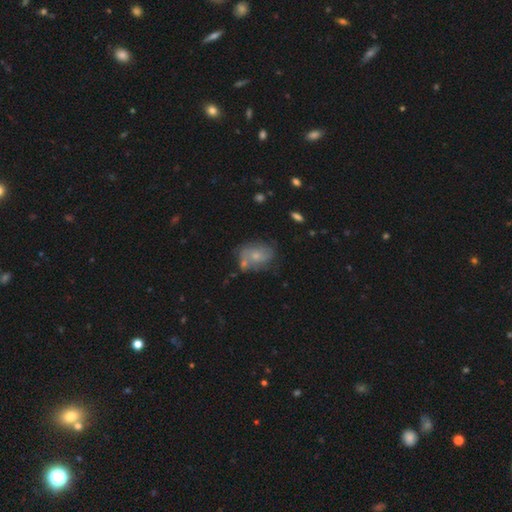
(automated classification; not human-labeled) Smooth or featured? Predicted: smooth (p=0.53). How rounded? Predicted: in between (p=0.71). Merging? Predicted: none (p=0.49).